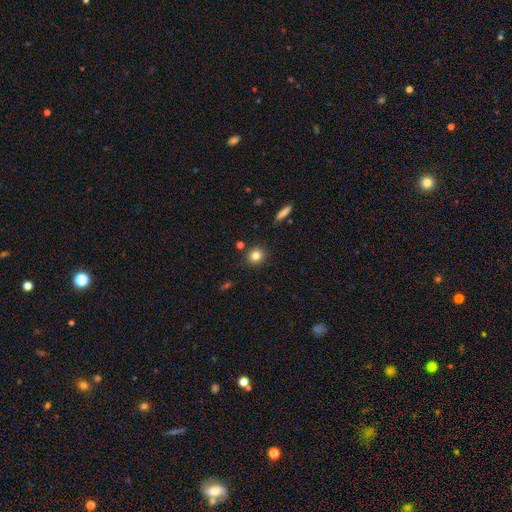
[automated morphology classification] smooth 81%, star or artifact 11%, featured or disk 8%. Down the decision tree: how rounded — round (87%); merging — none (88%).